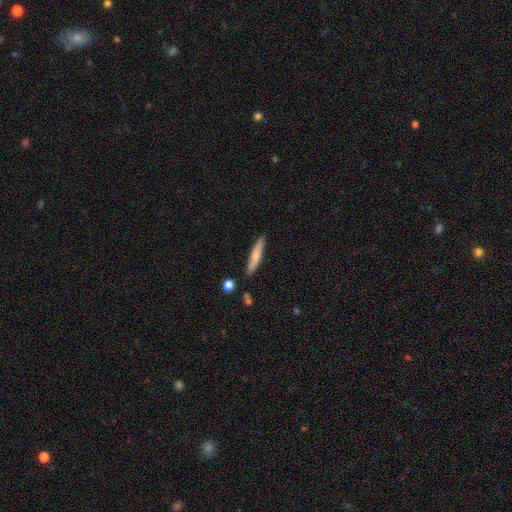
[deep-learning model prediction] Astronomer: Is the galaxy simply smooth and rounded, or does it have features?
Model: smooth — 65%.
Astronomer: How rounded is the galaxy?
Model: cigar-shaped — 89%.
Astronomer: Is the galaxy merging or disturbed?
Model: none — 85%.